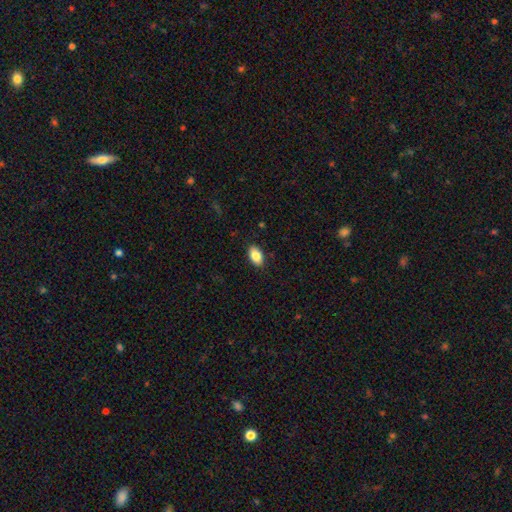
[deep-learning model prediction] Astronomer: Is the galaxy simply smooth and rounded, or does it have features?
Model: smooth — 85%.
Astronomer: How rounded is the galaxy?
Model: in between — 92%.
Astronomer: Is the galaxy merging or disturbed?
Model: none — 88%.